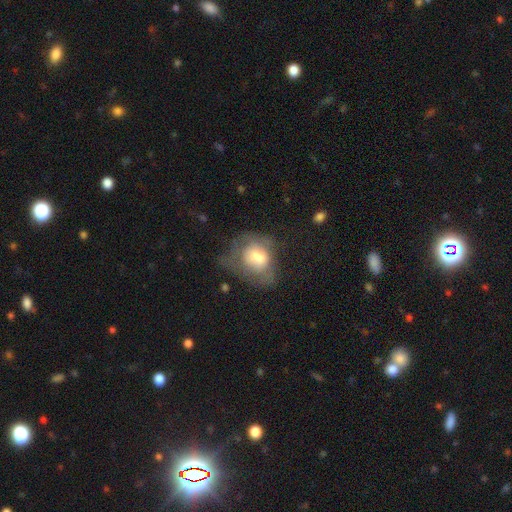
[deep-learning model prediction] smooth 54%, featured or disk 36%, star or artifact 10%. Down the decision tree: how rounded — in between (56%); merging — major disturbance (39%).